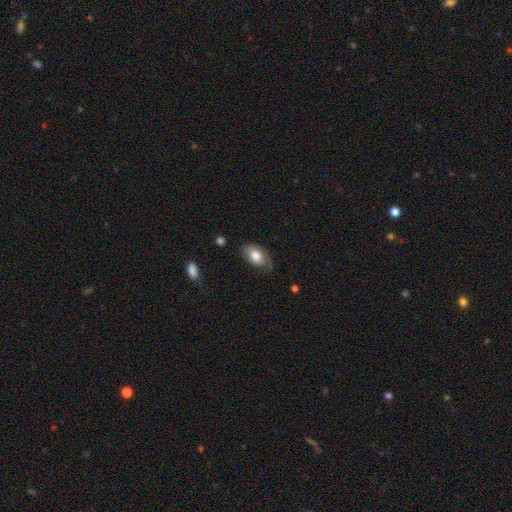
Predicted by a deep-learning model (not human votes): Smooth or featured? Predicted: smooth (p=0.76). How rounded? Predicted: in between (p=0.90). Merging? Predicted: none (p=0.58).